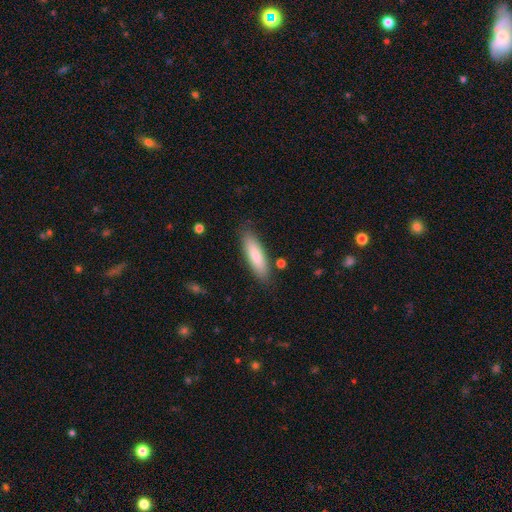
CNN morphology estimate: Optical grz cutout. It shows a smooth galaxy with no disk features (81%) that is cigar-shaped (60%). Merging: none (85%).